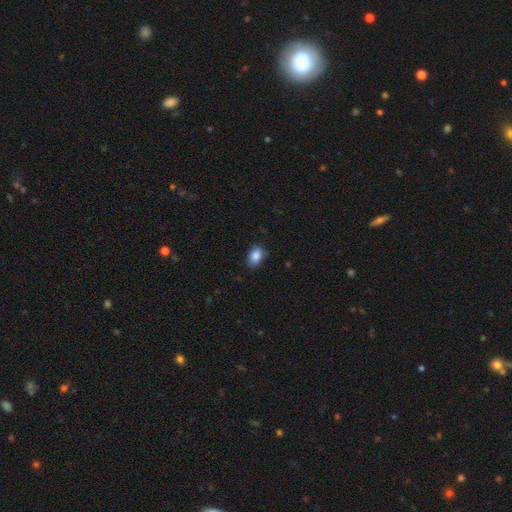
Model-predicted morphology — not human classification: Smooth or featured? Predicted: smooth (p=0.87). How rounded? Predicted: in between (p=0.82). Merging? Predicted: none (p=0.82).